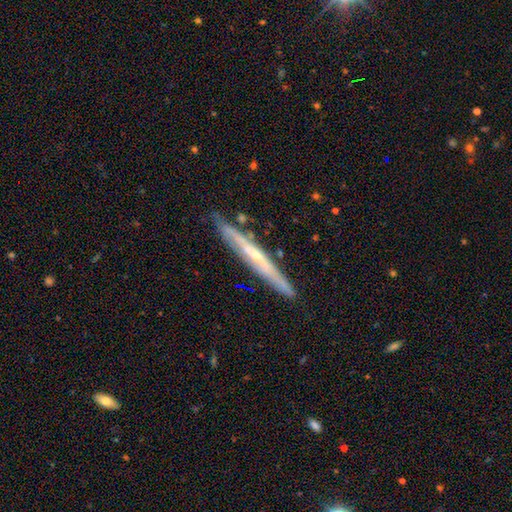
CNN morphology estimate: smooth_or_featured: featured or disk (p=0.68) [alt: smooth p=0.25]
disk_edge_on: yes (p=0.91) [alt: no p=0.09]
edge_on_bulge: rounded (p=0.48) [alt: none p=0.47]
merging: none (p=0.84) [alt: minor disturbance p=0.12]